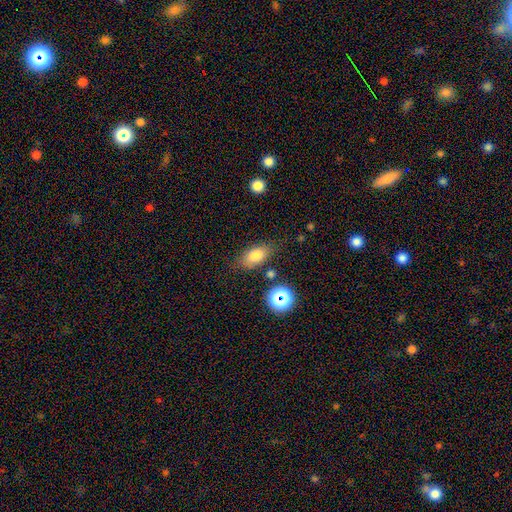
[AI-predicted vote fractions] The model was most divided on "merging": none: 75%, minor disturbance: 16%, major disturbance: 5%, merger: 5%. More confident: how rounded — in between (83%); smooth or featured — smooth (76%).